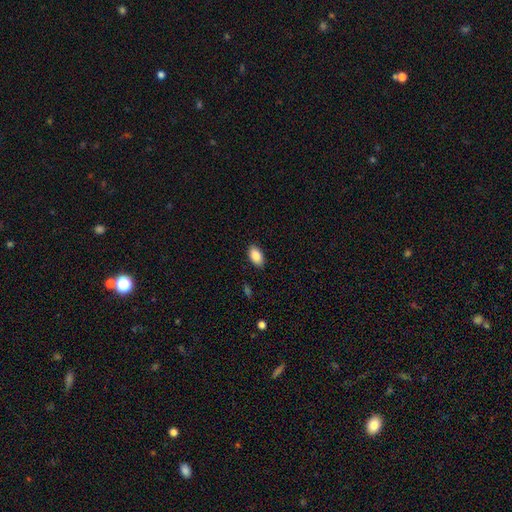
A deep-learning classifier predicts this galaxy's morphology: Smooth or featured? smooth (87%)
How rounded? in between (93%)
Merging? none (88%)